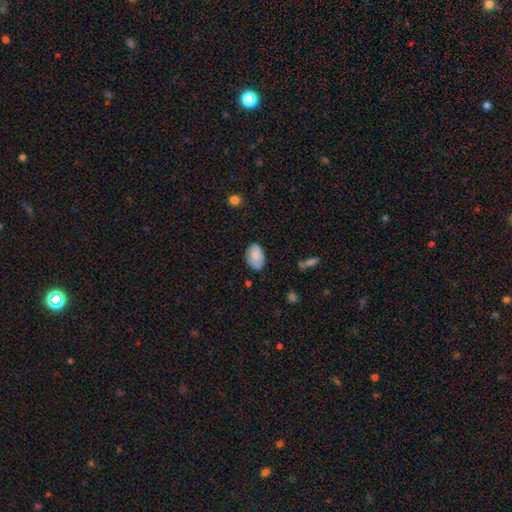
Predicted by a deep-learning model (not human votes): Smooth or featured? Predicted: smooth (p=0.78). How rounded? Predicted: in between (p=0.86). Merging? Predicted: none (p=0.66).